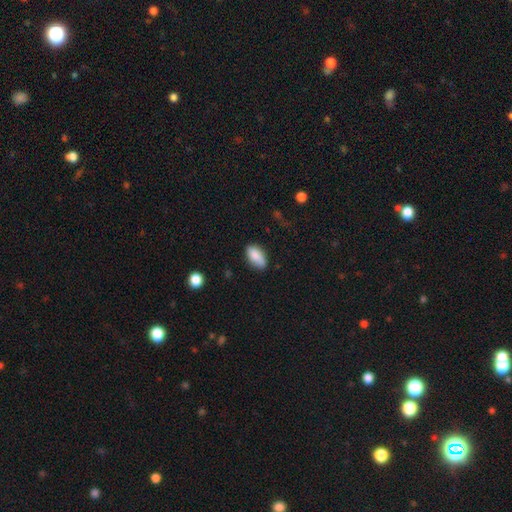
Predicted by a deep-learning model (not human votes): This is clearly a smooth galaxy (83%). How rounded: clearly in between (89%). Merging: likely none (73%).